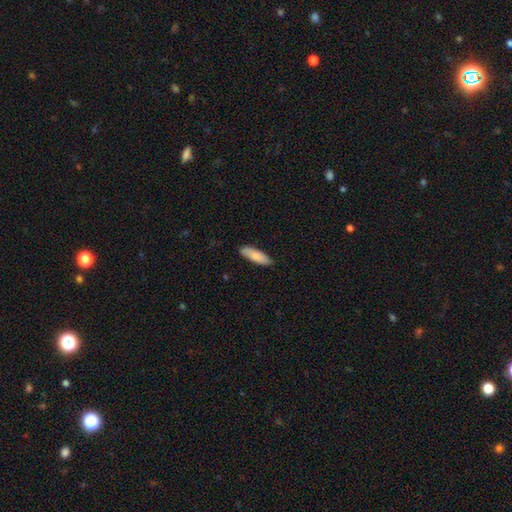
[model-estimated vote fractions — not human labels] Morphology: type=smooth (86%); roundness=in between (53%); merging=none (85%).